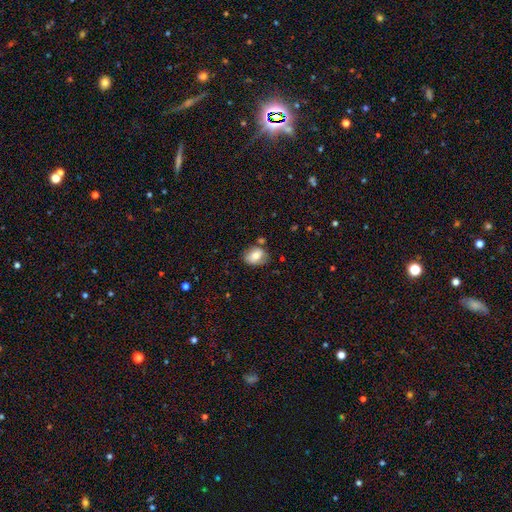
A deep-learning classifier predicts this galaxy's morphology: smooth_or_featured: smooth (p=0.74) [alt: featured or disk p=0.18]
how_rounded: in between (p=0.65) [alt: round p=0.34]
merging: none (p=0.70) [alt: minor disturbance p=0.19]